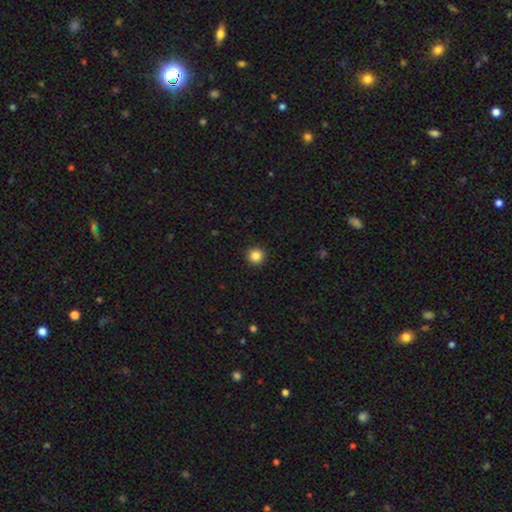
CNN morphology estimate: smooth 85%, star or artifact 11%, featured or disk 4%. Down the decision tree: how rounded — round (96%); merging — none (94%).